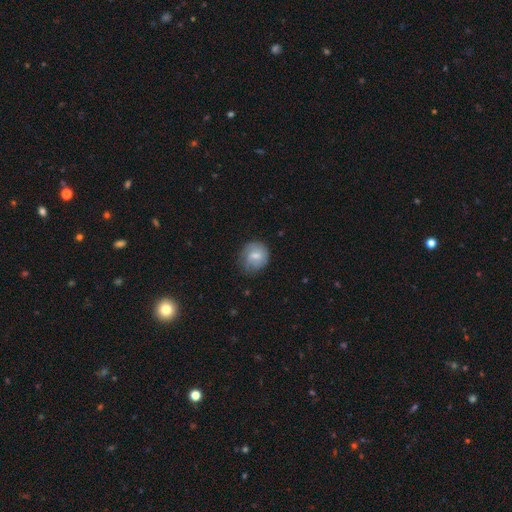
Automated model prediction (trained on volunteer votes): This is likely a smooth galaxy (64%). How rounded: likely round (78%). Merging: likely none (65%).